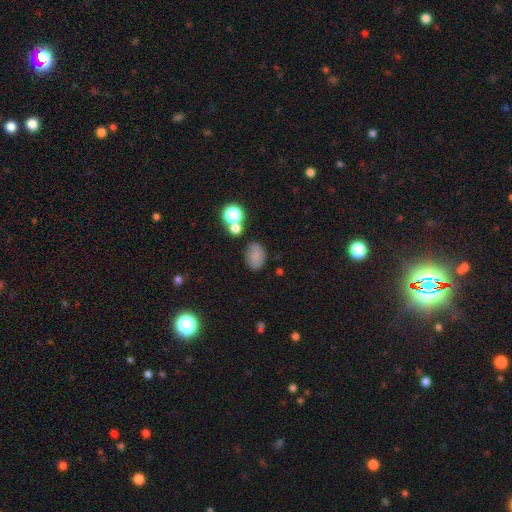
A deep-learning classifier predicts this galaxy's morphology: smooth_or_featured: smooth (p=0.79) [alt: star or artifact p=0.13]
how_rounded: in between (p=0.80) [alt: round p=0.19]
merging: none (p=0.76) [alt: minor disturbance p=0.13]